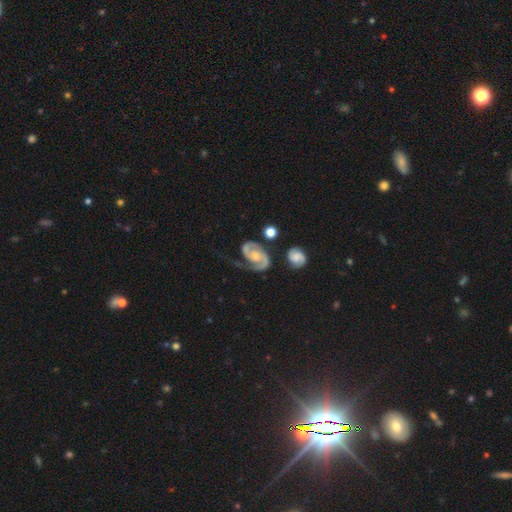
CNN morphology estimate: smooth-or-featured: featured or disk: 90% | smooth: 6% | star or artifact: 4%
  disk-edge-on: no: 98% | yes: 2%
    bar: no: 61% | weak: 30% | strong: 9%
    has-spiral-arms: yes: 98% | no: 2%
      spiral-winding: medium: 48% | tight: 39% | loose: 13%
      spiral-arm-count: 2: 85% | 1: 9% | can't tell: 3% | 3: 1% | 4: 1% | more than 4: 1%
    bulge-size: moderate: 46% | small: 38% | none: 8% | large: 6% | dominant: 1%
  merging: none: 60% | minor disturbance: 19% | major disturbance: 14% | merger: 7%